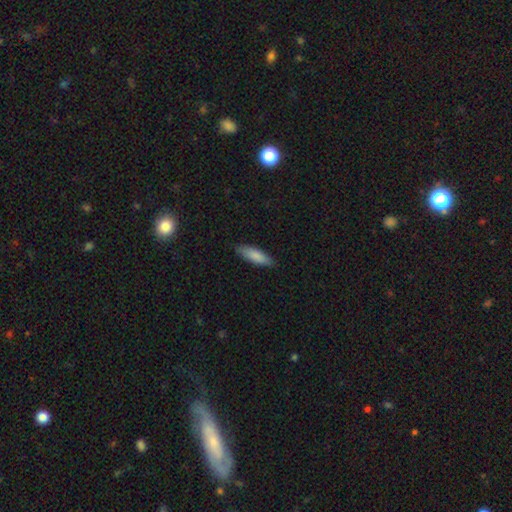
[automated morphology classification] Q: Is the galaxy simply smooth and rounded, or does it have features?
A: smooth — 85%.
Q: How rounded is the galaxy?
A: cigar-shaped — 52%.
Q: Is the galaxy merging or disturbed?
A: none — 86%.